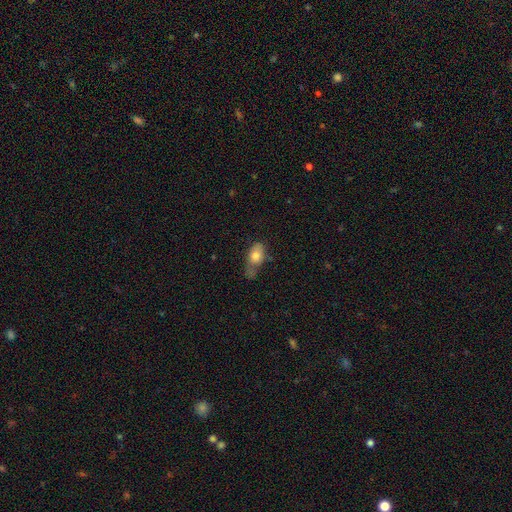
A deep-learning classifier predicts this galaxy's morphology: A smooth galaxy with no disk features (75%) that is in between round and cigar-shaped (81%). Merging: none (34%).